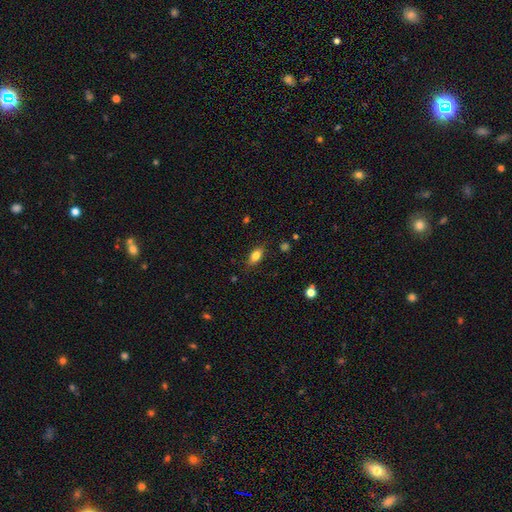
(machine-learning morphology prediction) Q: Smooth or featured?
A: smooth (78%); runner-up: featured or disk (14%)
Q: How rounded?
A: in between (84%); runner-up: cigar-shaped (11%)
Q: Merging?
A: none (83%); runner-up: minor disturbance (13%)